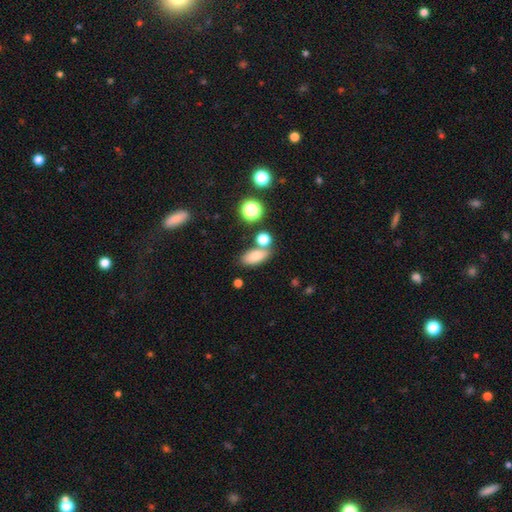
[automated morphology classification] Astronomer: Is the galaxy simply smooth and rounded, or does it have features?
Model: smooth — 76%.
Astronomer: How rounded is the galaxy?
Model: in between — 83%.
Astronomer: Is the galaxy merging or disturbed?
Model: none — 66%.